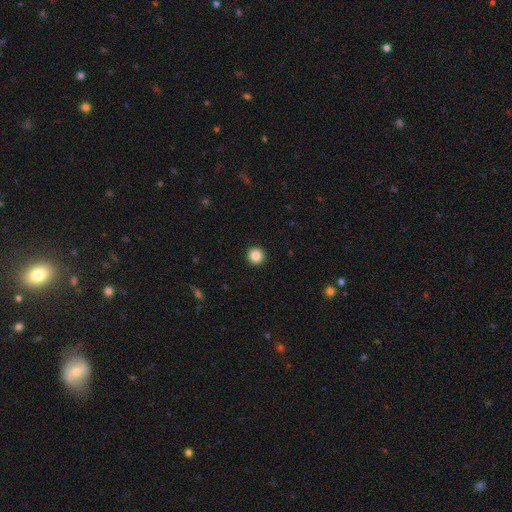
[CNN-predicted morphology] A smooth galaxy with no disk features (86%) that is round (96%). Merging: none (94%).